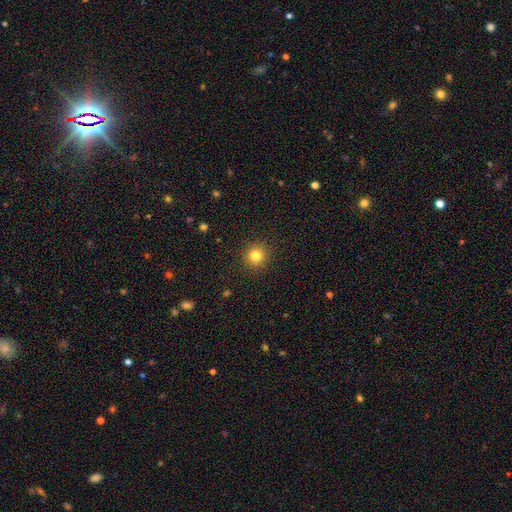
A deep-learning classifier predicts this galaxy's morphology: Q: Smooth or featured?
A: smooth (83%); runner-up: star or artifact (12%)
Q: How rounded?
A: round (92%); runner-up: in between (7%)
Q: Merging?
A: none (91%); runner-up: minor disturbance (6%)